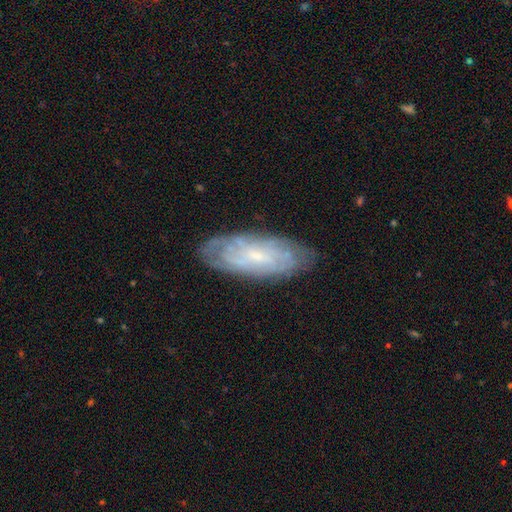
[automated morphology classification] A featured or disk galaxy (64%) with no bar (61%), spiral arms (77%) and a small central bulge (70%).

Vote fractions:
- Smooth or featured? featured or disk: 64% / smooth: 28% / star or artifact: 8%
- Edge-on disk? no: 86% / yes: 14%
- Bar? no: 61% / weak: 32% / strong: 7%
- Spiral arms? yes: 77% / no: 23%
- Bulge size? small: 70% / moderate: 20% / none: 7% / large: 1% / dominant: 1%
- Merging? none: 78% / minor disturbance: 16% / major disturbance: 4% / merger: 1%